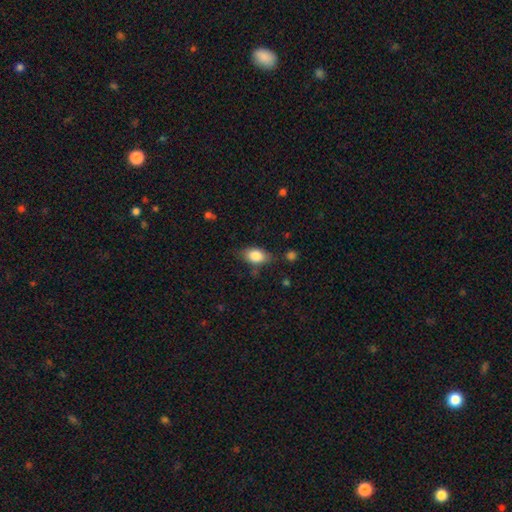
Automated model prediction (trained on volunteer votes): Smooth or featured?
  - smooth: 82% *
  - featured or disk: 10%
  - star or artifact: 8%
How rounded?
  - in between: 86% *
  - round: 10%
  - cigar-shaped: 4%
Merging?
  - none: 73% *
  - minor disturbance: 19%
  - major disturbance: 5%
  - merger: 3%